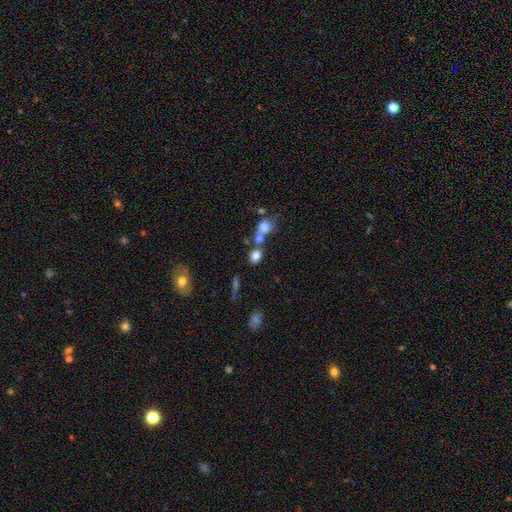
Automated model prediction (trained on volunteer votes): The model was most divided on "merging": merger: 44%, none: 42%, minor disturbance: 9%, major disturbance: 5%. More confident: smooth or featured — smooth (76%); how rounded — round (57%).